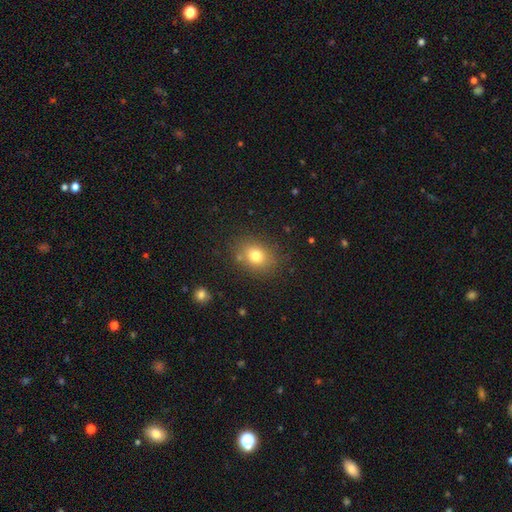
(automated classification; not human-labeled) This appears to be a smooth galaxy with no disk features (77%) that is in between round and cigar-shaped (54%). Merging: none (81%).